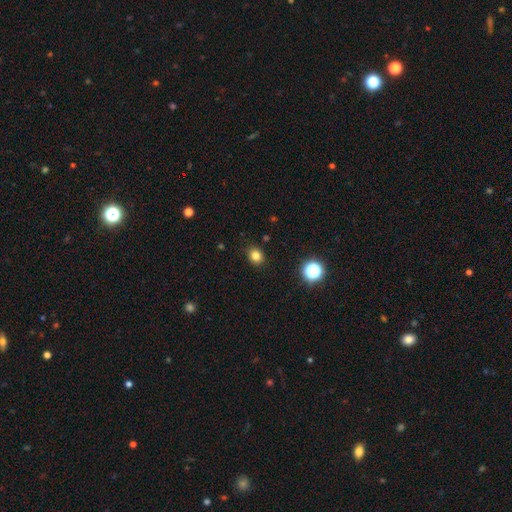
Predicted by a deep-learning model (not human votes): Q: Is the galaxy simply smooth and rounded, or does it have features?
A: smooth — 81%.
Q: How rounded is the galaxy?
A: round — 61%.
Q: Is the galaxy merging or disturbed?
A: none — 88%.